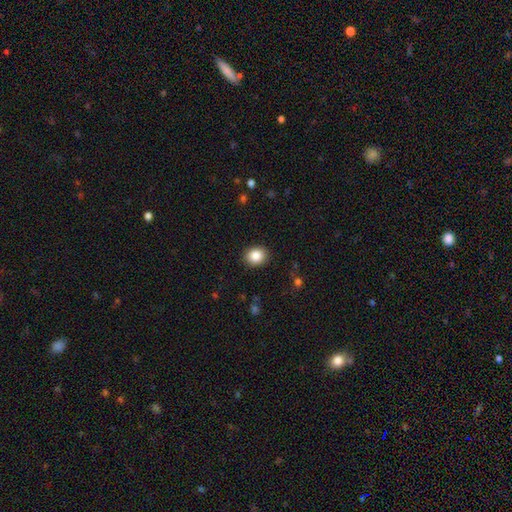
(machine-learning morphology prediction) A smooth galaxy with no disk features (86%) that is round (59%). Merging: none (90%).